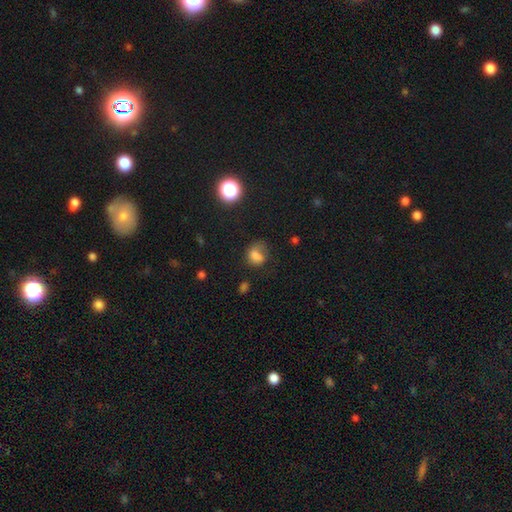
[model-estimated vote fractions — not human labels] A smooth galaxy with no disk features (67%) that is in between round and cigar-shaped (52%). Merging: none (42%).